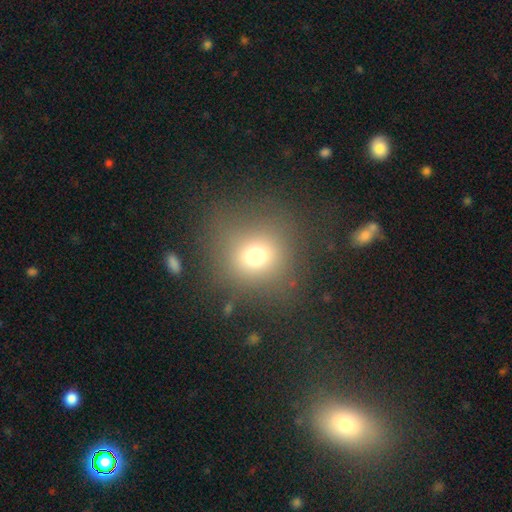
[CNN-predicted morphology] Smooth or featured? smooth (71%)
How rounded? round (86%)
Merging? none (79%)